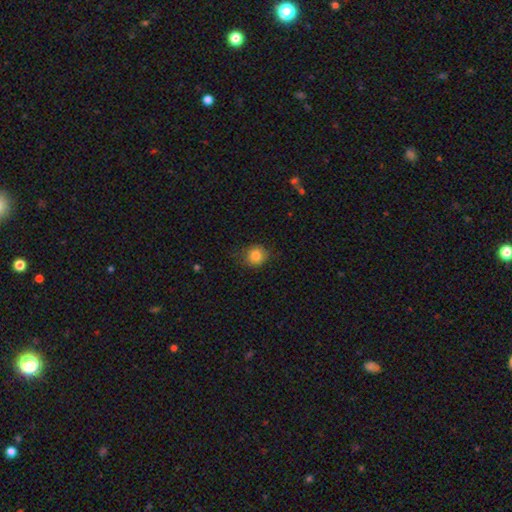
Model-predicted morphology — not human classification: type=smooth (84%); roundness=round (83%); merging=none (79%).